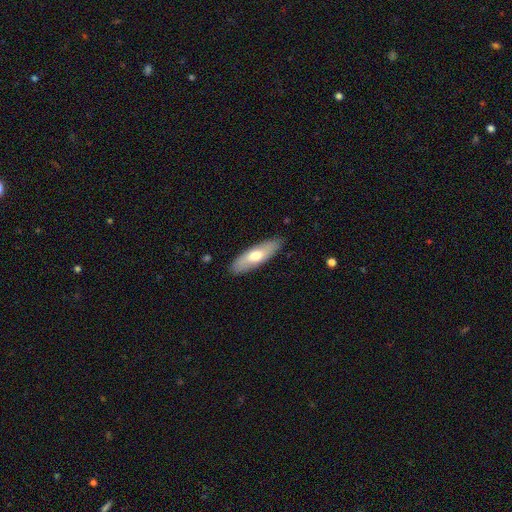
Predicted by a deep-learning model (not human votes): smooth 63%, featured or disk 32%, star or artifact 5%. Down the decision tree: how rounded — in between (53%); merging — none (87%).